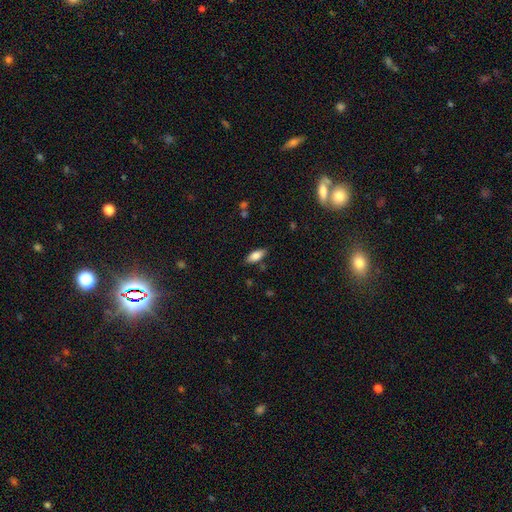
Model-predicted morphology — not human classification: smooth-or-featured: smooth: 82% | featured or disk: 11% | star or artifact: 7%
  how-rounded: in between: 84% | cigar-shaped: 14% | round: 2%
  merging: none: 83% | minor disturbance: 12% | major disturbance: 3% | merger: 2%